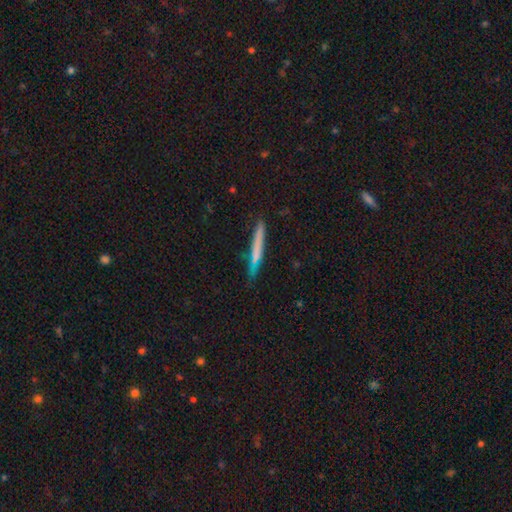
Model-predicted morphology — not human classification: A smooth galaxy with no disk features (62%) that is cigar-shaped (96%).

Vote fractions:
- Smooth or featured? smooth: 62% / featured or disk: 31% / star or artifact: 7%
- How rounded? cigar-shaped: 96% / in between: 3% / round: 1%
- Merging? none: 78% / minor disturbance: 15% / merger: 3% / major disturbance: 3%